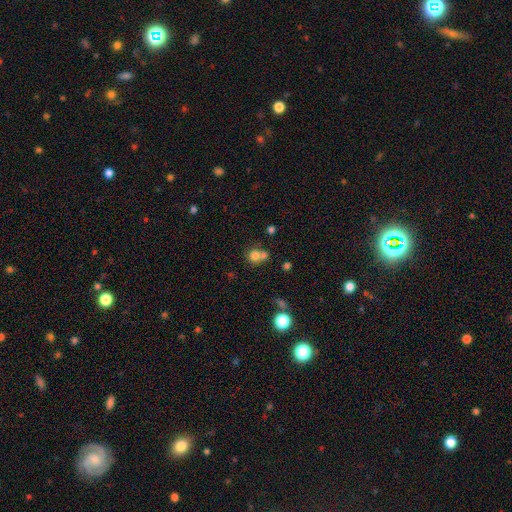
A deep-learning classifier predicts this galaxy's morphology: smooth 76%, star or artifact 13%, featured or disk 11%. Down the decision tree: how rounded — round (83%); merging — merger (47%).